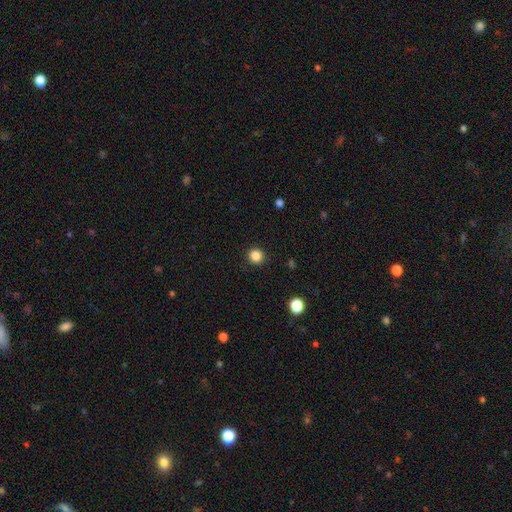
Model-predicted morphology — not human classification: A smooth galaxy with no disk features (85%) that is round (93%). Merging: none (92%).